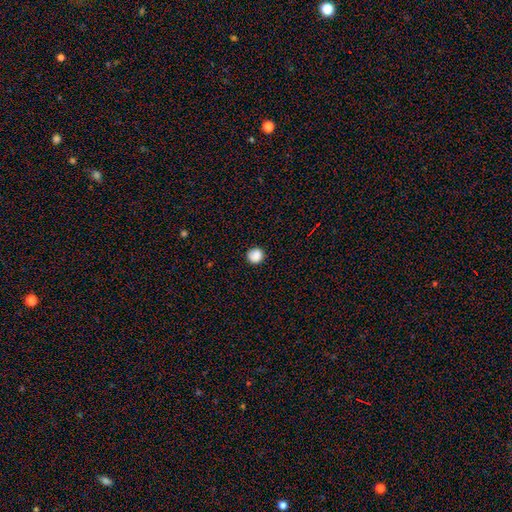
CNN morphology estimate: A smooth galaxy with no disk features (87%) that is round (92%).

Vote fractions:
- Smooth or featured? smooth: 87% / star or artifact: 10% / featured or disk: 3%
- How rounded? round: 92% / in between: 7% / cigar-shaped: 1%
- Merging? none: 89% / minor disturbance: 8% / major disturbance: 2% / merger: 1%